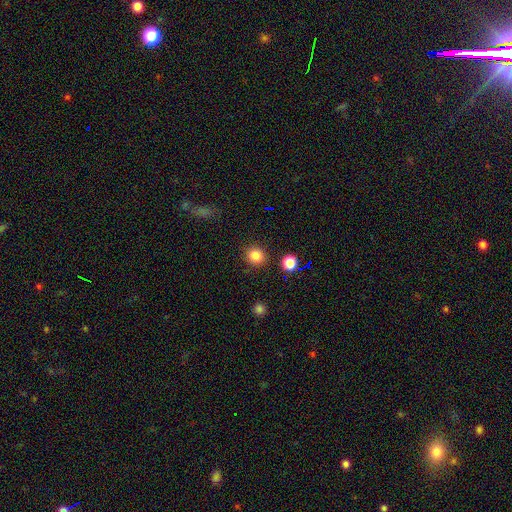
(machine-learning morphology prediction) smooth 85%, star or artifact 11%, featured or disk 4%. Down the decision tree: how rounded — round (86%); merging — none (89%).